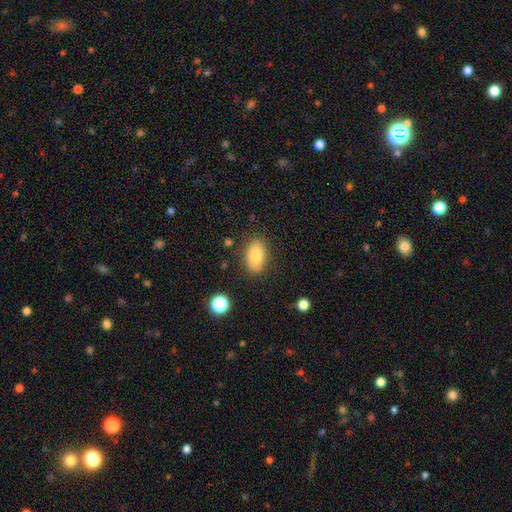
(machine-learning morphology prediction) smooth 78%, featured or disk 13%, star or artifact 9%. Down the decision tree: how rounded — in between (89%); merging — none (84%).